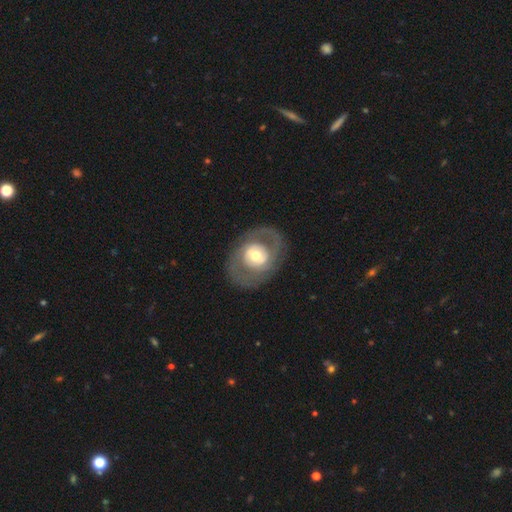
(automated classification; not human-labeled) featured or disk 69%, smooth 26%, star or artifact 5%. Down the decision tree: edge-on disk — no (95%); bar — no (58%); spiral arms — yes (57%); bulge size — moderate (65%); merging — none (78%).